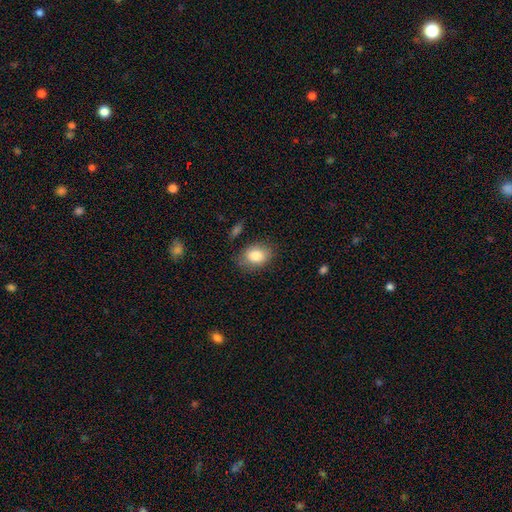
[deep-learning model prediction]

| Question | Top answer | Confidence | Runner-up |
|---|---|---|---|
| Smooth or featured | smooth | 83% | featured or disk (9%) |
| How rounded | in between | 65% | round (34%) |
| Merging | none | 74% | minor disturbance (18%) |